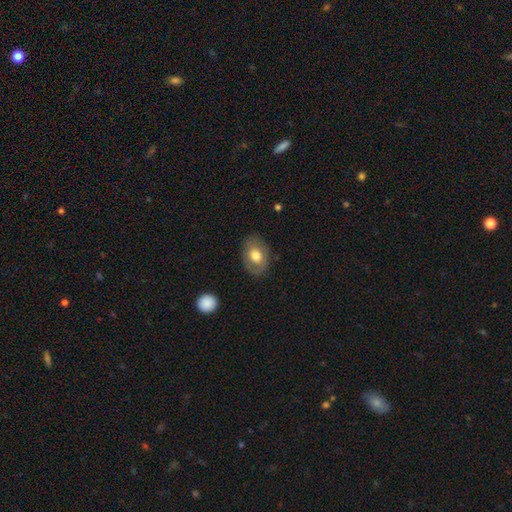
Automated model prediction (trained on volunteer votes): Smooth or featured: smooth — 65% (featured or disk — 27%)
How rounded: in between — 73% (round — 26%)
Merging: none — 79% (minor disturbance — 15%)